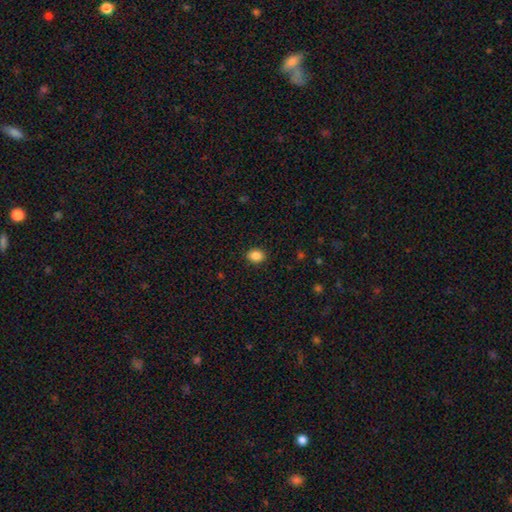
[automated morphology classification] smooth-or-featured: smooth: 87% | star or artifact: 9% | featured or disk: 3%
  how-rounded: in between: 54% | round: 45% | cigar-shaped: 1%
  merging: none: 90% | minor disturbance: 7% | major disturbance: 2% | merger: 1%